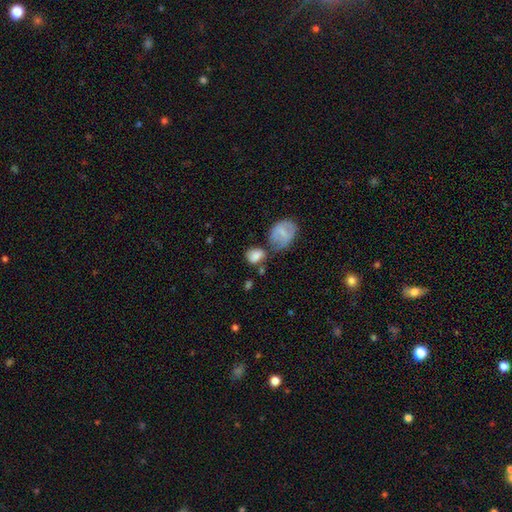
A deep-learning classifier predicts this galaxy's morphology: Smooth or featured: smooth — 81% (featured or disk — 11%)
How rounded: in between — 59% (round — 39%)
Merging: none — 46% (minor disturbance — 22%)